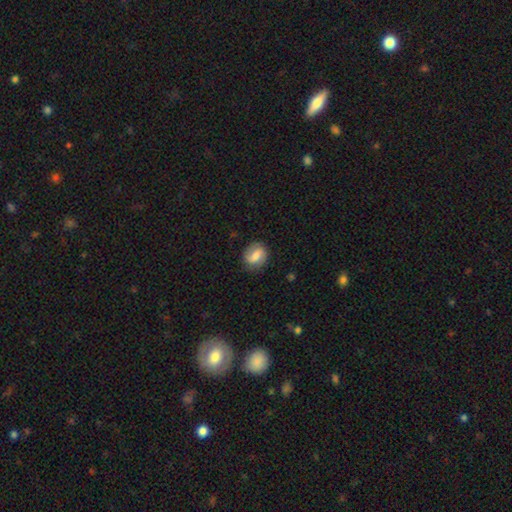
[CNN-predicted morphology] Smooth or featured? featured or disk (54%)
Edge-on disk? no (97%)
Bar? weak (49%)
Spiral arms? yes (86%)
Bulge size? moderate (52%)
Merging? none (82%)